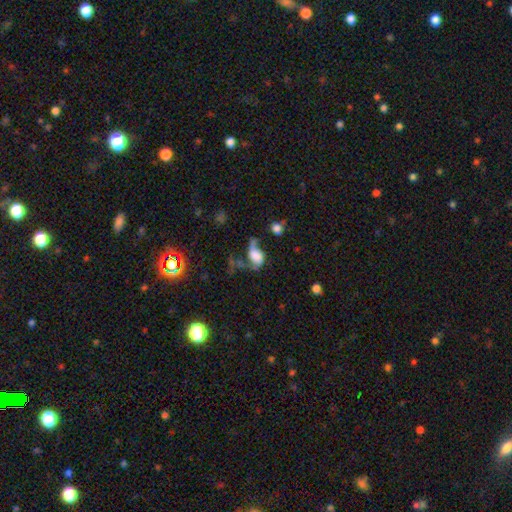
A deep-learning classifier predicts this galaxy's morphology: Smooth or featured? smooth (45%)
Merging? major disturbance (43%)